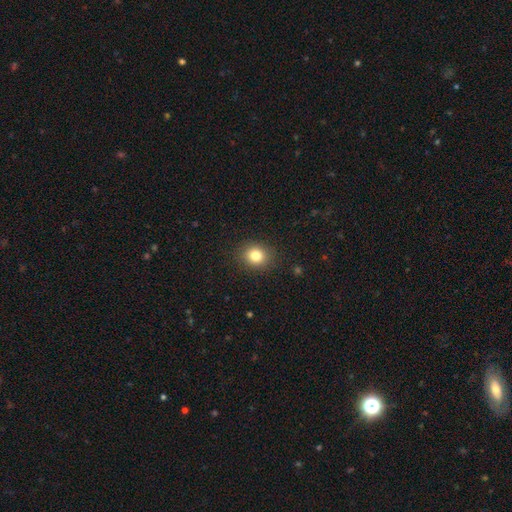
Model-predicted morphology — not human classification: Smooth or featured: smooth — 82% (star or artifact — 11%)
How rounded: round — 73% (in between — 26%)
Merging: none — 89% (minor disturbance — 8%)